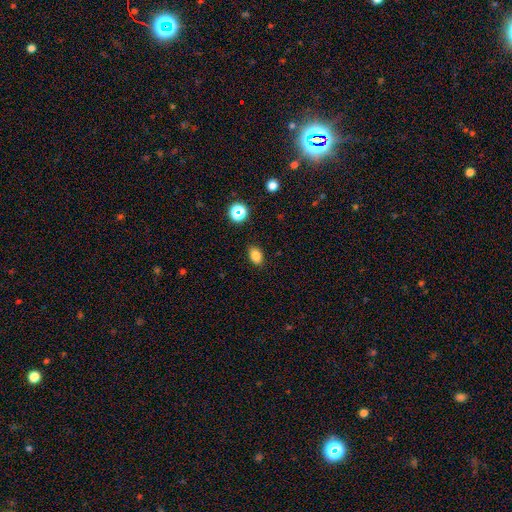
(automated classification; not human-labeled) smooth-or-featured: smooth: 82% | star or artifact: 13% | featured or disk: 5%
  how-rounded: in between: 79% | round: 20% | cigar-shaped: 1%
  merging: none: 86% | minor disturbance: 10% | major disturbance: 3% | merger: 1%